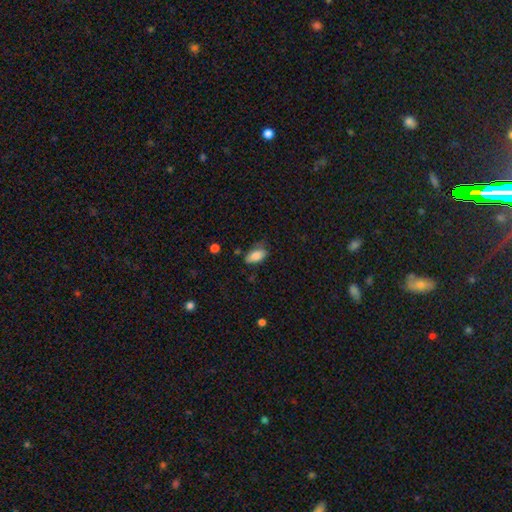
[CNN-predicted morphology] smooth-or-featured: smooth: 83% | featured or disk: 10% | star or artifact: 7%
  how-rounded: in between: 91% | cigar-shaped: 5% | round: 4%
  merging: none: 63% | minor disturbance: 28% | major disturbance: 6% | merger: 3%